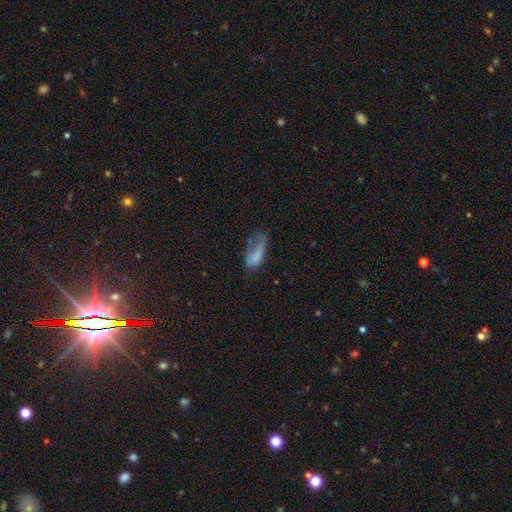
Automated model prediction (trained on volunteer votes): smooth_or_featured: smooth (p=0.71) [alt: featured or disk p=0.19]
how_rounded: in between (p=0.83) [alt: cigar-shaped p=0.13]
merging: major disturbance (p=0.40) [alt: minor disturbance p=0.30]